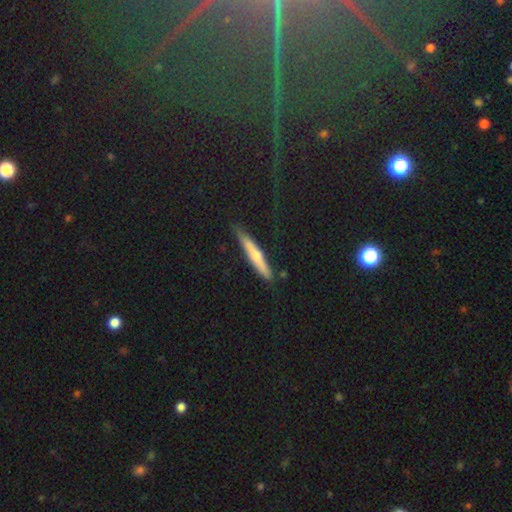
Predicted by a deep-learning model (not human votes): This is possibly a smooth galaxy (52%). How rounded: clearly cigar-shaped (93%). Merging: clearly none (81%).